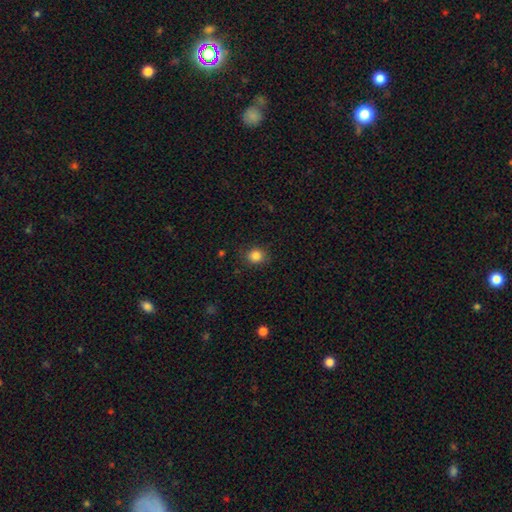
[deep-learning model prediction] Smooth or featured? Predicted: smooth (p=0.84). How rounded? Predicted: round (p=0.79). Merging? Predicted: none (p=0.85).